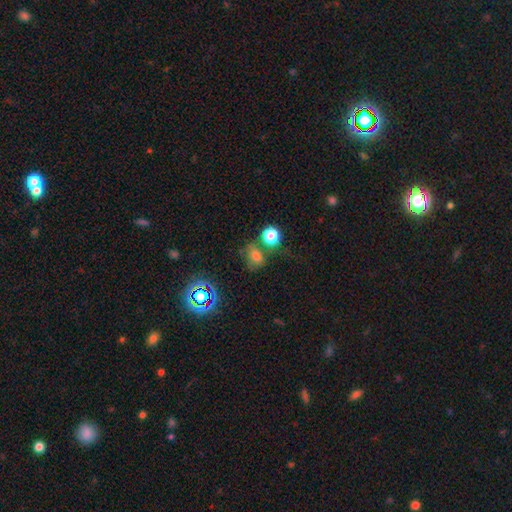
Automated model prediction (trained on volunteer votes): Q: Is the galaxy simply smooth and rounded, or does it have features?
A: smooth — 68%.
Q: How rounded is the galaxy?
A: round — 50%.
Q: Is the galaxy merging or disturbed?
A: none — 51%.